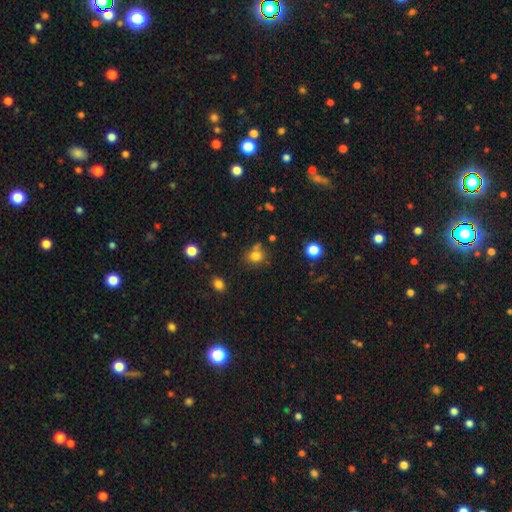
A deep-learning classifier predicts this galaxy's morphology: This appears to be a smooth galaxy with no disk features (78%) that is round (69%). Merging: none (61%).